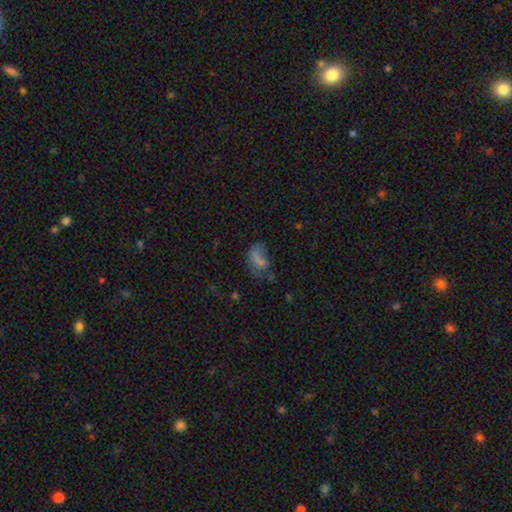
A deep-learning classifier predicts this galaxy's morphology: Q: Smooth or featured?
A: smooth (57%); runner-up: featured or disk (22%)
Q: How rounded?
A: in between (86%); runner-up: round (9%)
Q: Merging?
A: none (36%); runner-up: major disturbance (30%)